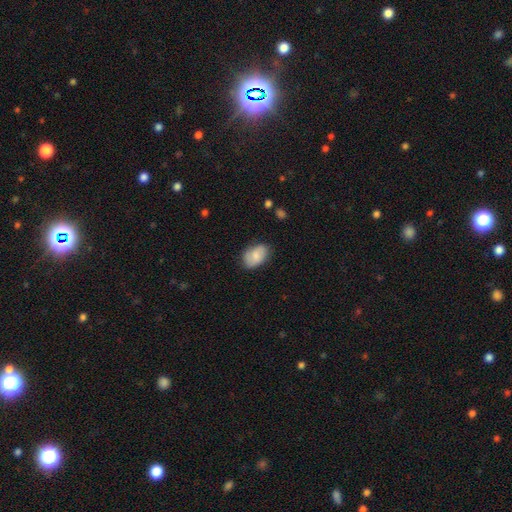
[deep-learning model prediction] Overall: smooth (74%). How rounded: in between (89%). Merging: none (74%).